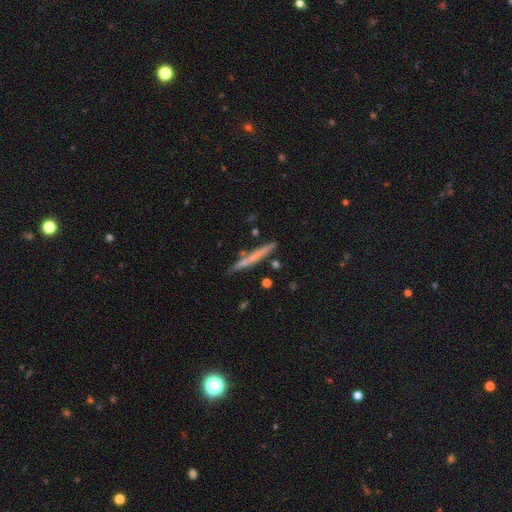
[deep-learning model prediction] smooth_or_featured: smooth (p=0.55) [alt: featured or disk p=0.39]
how_rounded: cigar-shaped (p=0.96) [alt: in between p=0.03]
merging: none (p=0.80) [alt: minor disturbance p=0.12]